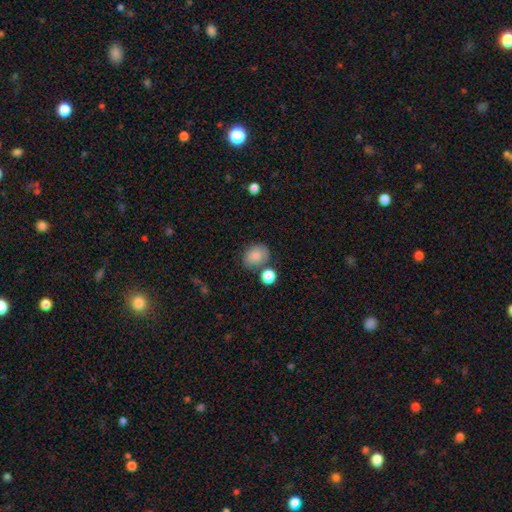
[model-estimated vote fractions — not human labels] Morphology: type=smooth (83%); roundness=in between (52%); merging=none (68%).